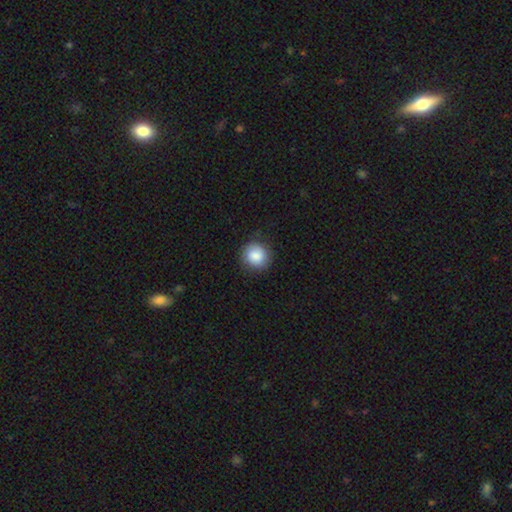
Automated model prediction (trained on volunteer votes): Smooth or featured? smooth (84%)
How rounded? round (86%)
Merging? none (83%)